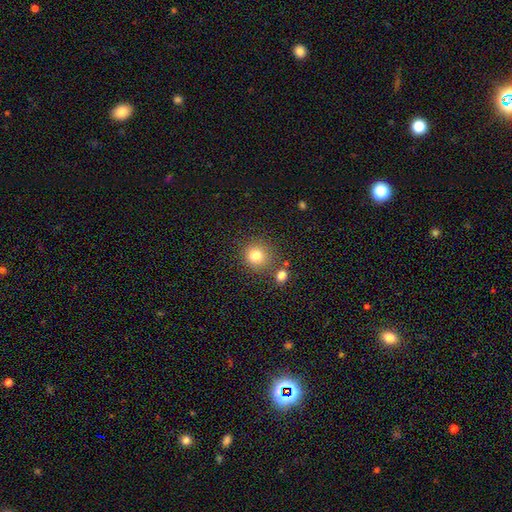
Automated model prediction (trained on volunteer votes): This is likely a smooth galaxy (80%). How rounded: clearly round (91%). Merging: likely none (80%).